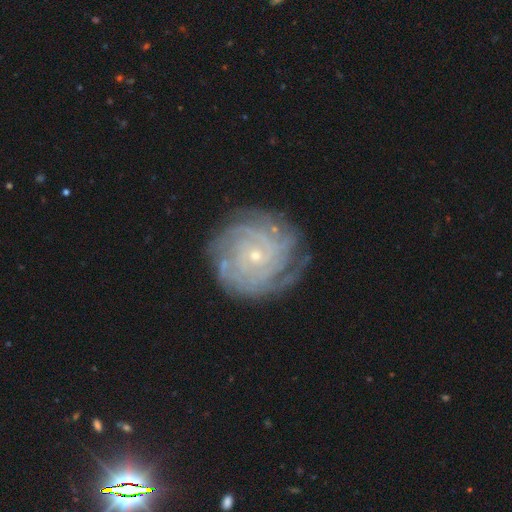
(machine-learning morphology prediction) smooth-or-featured: featured or disk: 86% | smooth: 8% | star or artifact: 6%
  disk-edge-on: no: 97% | yes: 3%
    bar: no: 78% | weak: 18% | strong: 5%
    has-spiral-arms: yes: 96% | no: 4%
      spiral-winding: tight: 81% | medium: 16% | loose: 3%
      spiral-arm-count: can't tell: 32% | 4: 21% | 3: 14% | more than 4: 14% | 2: 11% | 1: 7%
    bulge-size: small: 81% | moderate: 15% | none: 1% | large: 1% | dominant: 1%
  merging: none: 77% | minor disturbance: 15% | major disturbance: 6% | merger: 2%